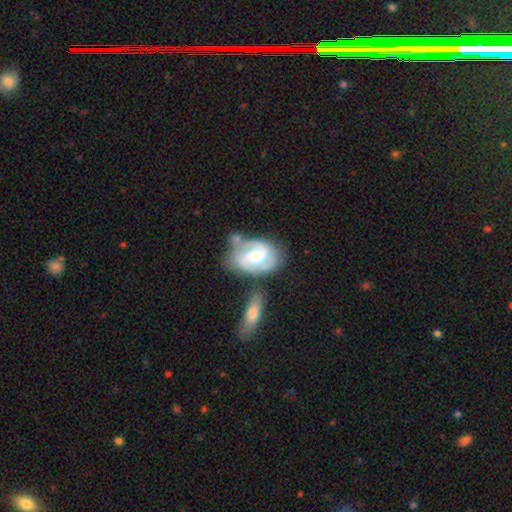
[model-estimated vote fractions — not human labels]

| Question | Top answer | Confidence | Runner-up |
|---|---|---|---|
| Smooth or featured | featured or disk | 73% | smooth (21%) |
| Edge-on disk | no | 96% | yes (4%) |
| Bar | weak | 49% | no (36%) |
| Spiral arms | yes | 90% | no (10%) |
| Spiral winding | medium | 49% | tight (30%) |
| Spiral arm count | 2 | 71% | can't tell (13%) |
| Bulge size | moderate | 63% | small (30%) |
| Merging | none | 49% | merger (22%) |